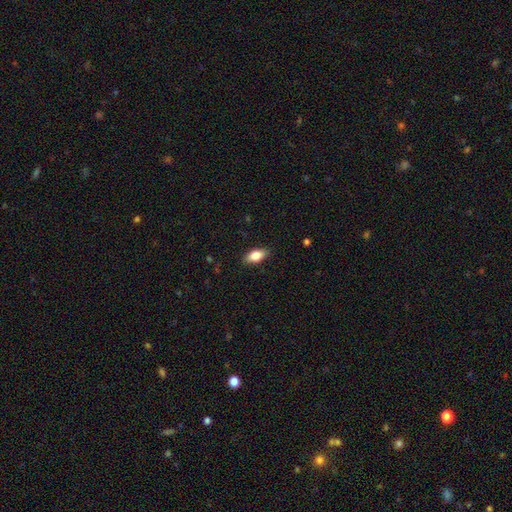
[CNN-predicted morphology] smooth_or_featured: smooth (p=0.81) [alt: featured or disk p=0.12]
how_rounded: in between (p=0.88) [alt: cigar-shaped p=0.08]
merging: none (p=0.87) [alt: minor disturbance p=0.10]